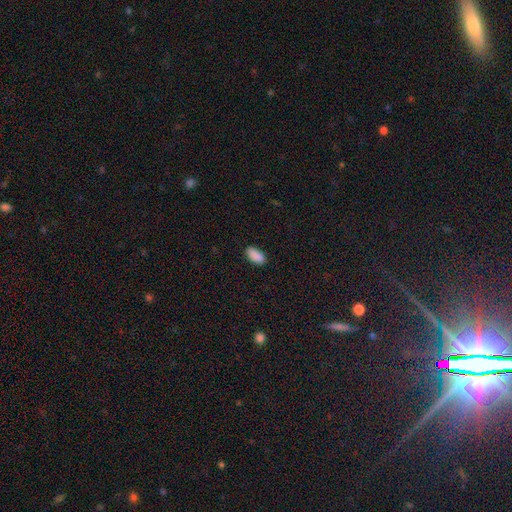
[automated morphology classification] smooth_or_featured: smooth (p=0.90) [alt: star or artifact p=0.08]
how_rounded: in between (p=0.93) [alt: cigar-shaped p=0.05]
merging: none (p=0.87) [alt: minor disturbance p=0.10]